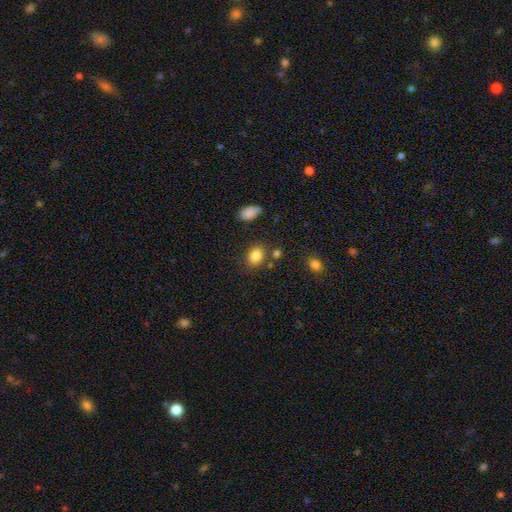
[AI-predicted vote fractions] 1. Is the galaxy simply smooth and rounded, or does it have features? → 84% smooth, 10% star or artifact, 6% featured or disk.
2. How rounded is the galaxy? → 65% in between, 34% round, 1% cigar-shaped.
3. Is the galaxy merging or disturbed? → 79% none, 12% minor disturbance, 6% merger, 4% major disturbance.